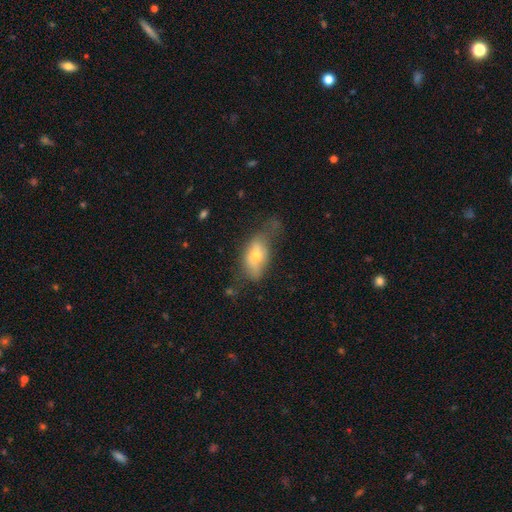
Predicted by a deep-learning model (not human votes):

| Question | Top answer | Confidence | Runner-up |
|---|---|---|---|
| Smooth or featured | smooth | 60% | featured or disk (32%) |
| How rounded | in between | 86% | cigar-shaped (8%) |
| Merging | none | 38% | minor disturbance (33%) |